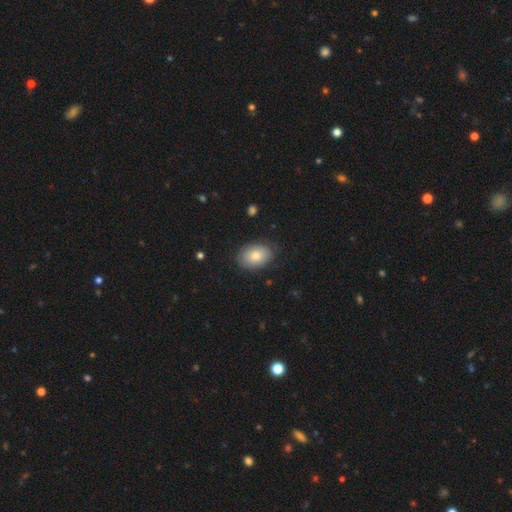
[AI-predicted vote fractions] This appears to be a smooth galaxy with no disk features (80%) that is in between round and cigar-shaped (82%). Merging: none (84%).